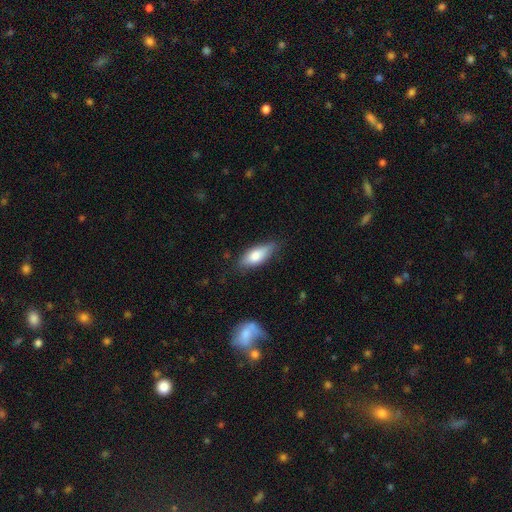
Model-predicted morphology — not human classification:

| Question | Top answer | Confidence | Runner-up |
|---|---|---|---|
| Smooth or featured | smooth | 73% | featured or disk (21%) |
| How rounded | in between | 72% | cigar-shaped (26%) |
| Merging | none | 73% | minor disturbance (21%) |